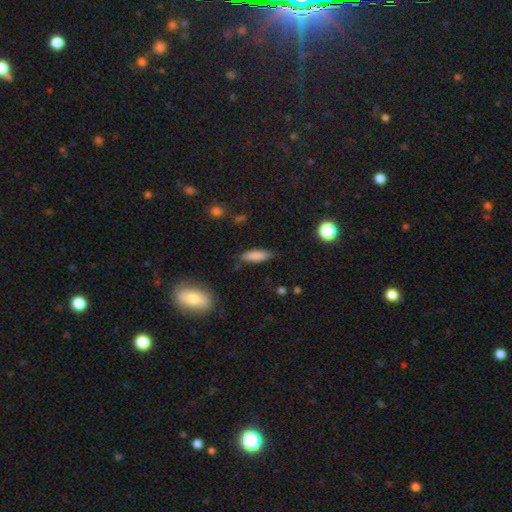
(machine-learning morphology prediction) Smooth or featured?
  - smooth: 82% *
  - featured or disk: 10%
  - star or artifact: 8%
How rounded?
  - cigar-shaped: 56% *
  - in between: 42%
  - round: 2%
Merging?
  - none: 78% *
  - minor disturbance: 16%
  - major disturbance: 3%
  - merger: 2%